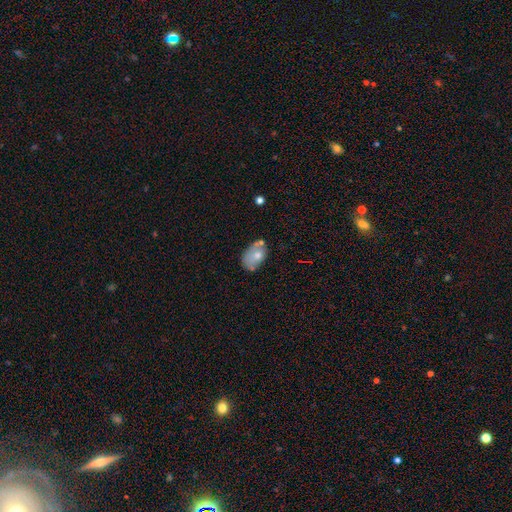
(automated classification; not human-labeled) The model was most divided on "merging": none: 47%, minor disturbance: 28%, merger: 15%, major disturbance: 10%. More confident: how rounded — in between (87%); smooth or featured — smooth (66%).